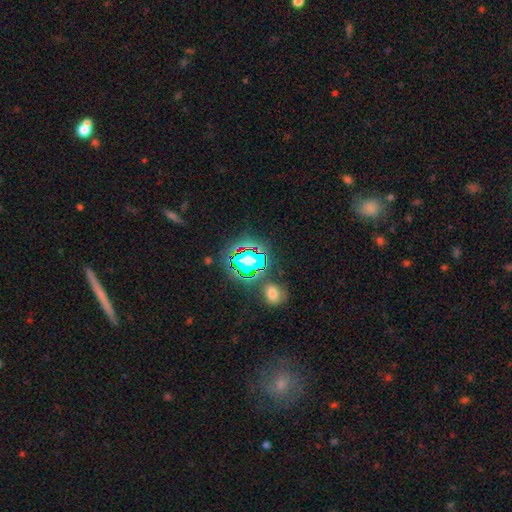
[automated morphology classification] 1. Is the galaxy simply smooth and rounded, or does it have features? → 70% star or artifact, 18% smooth, 12% featured or disk.